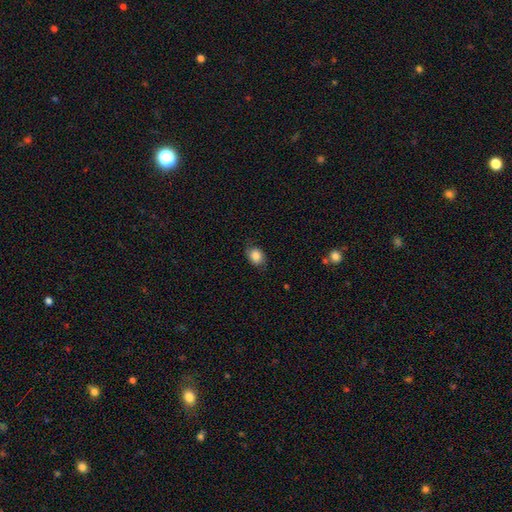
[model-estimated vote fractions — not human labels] smooth 85%, star or artifact 8%, featured or disk 7%. Down the decision tree: how rounded — in between (58%); merging — none (78%).